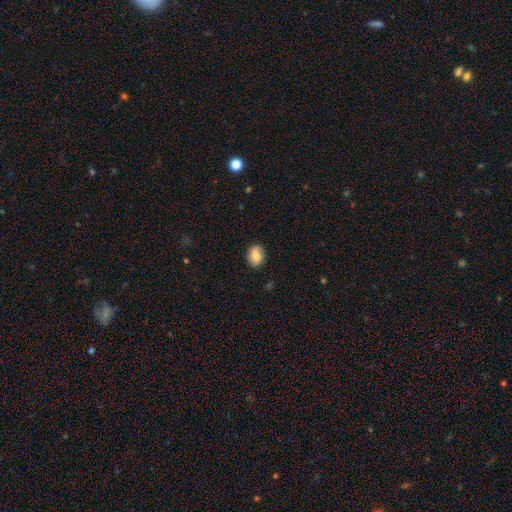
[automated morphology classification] Q: Smooth or featured?
A: smooth (77%); runner-up: featured or disk (15%)
Q: How rounded?
A: in between (58%); runner-up: round (41%)
Q: Merging?
A: none (87%); runner-up: minor disturbance (10%)